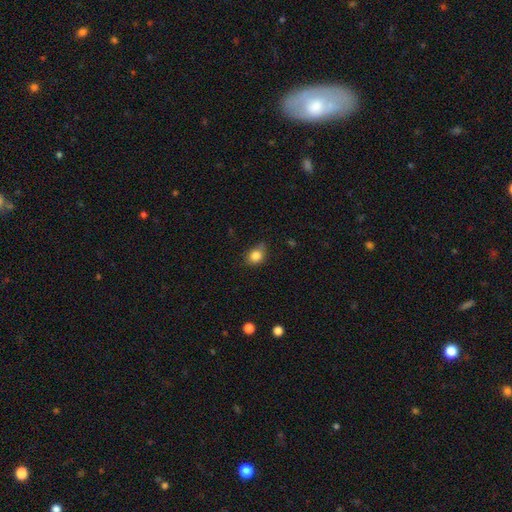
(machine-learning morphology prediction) smooth_or_featured: smooth (p=0.83) [alt: star or artifact p=0.10]
how_rounded: round (p=0.53) [alt: in between p=0.46]
merging: none (p=0.65) [alt: minor disturbance p=0.28]